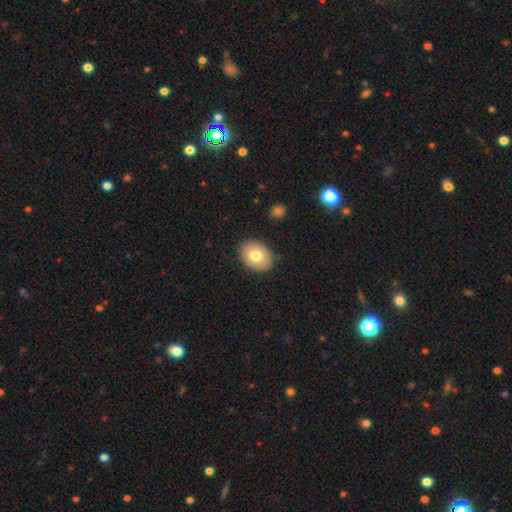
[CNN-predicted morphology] Smooth or featured? smooth (77%)
How rounded? in between (73%)
Merging? none (87%)